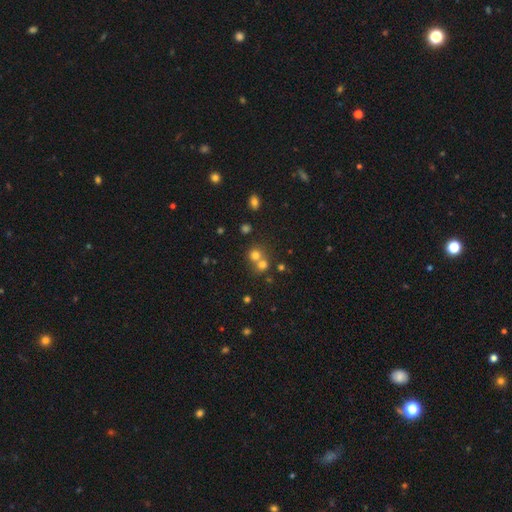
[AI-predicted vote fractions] Overall: smooth (71%). How rounded: round (84%). Merging: merger (48%; none 44%).